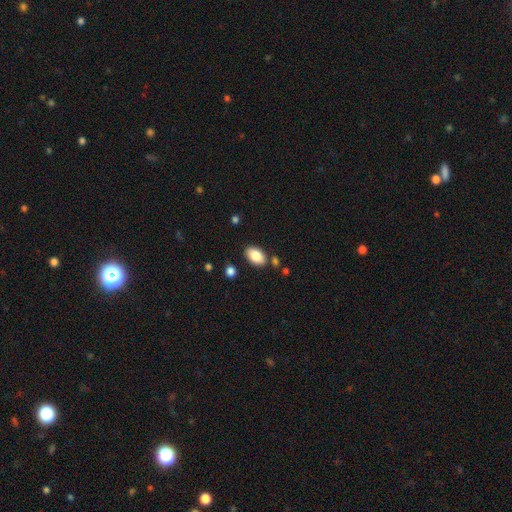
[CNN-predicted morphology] Smooth or featured: smooth — 86% (featured or disk — 7%)
How rounded: in between — 93% (round — 6%)
Merging: none — 82% (minor disturbance — 11%)